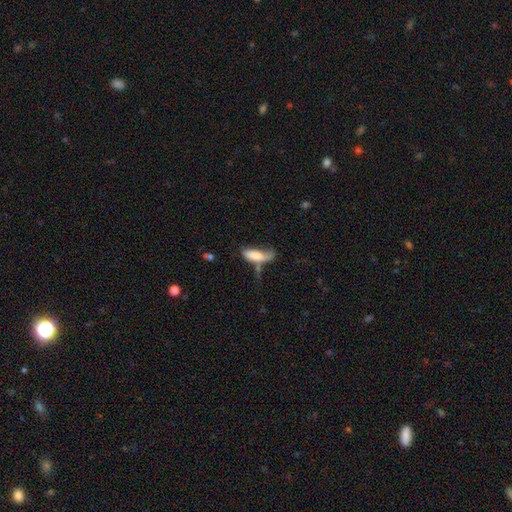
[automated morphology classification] A smooth galaxy with no disk features (75%) that is in between round and cigar-shaped (65%). Merging: none (29%).